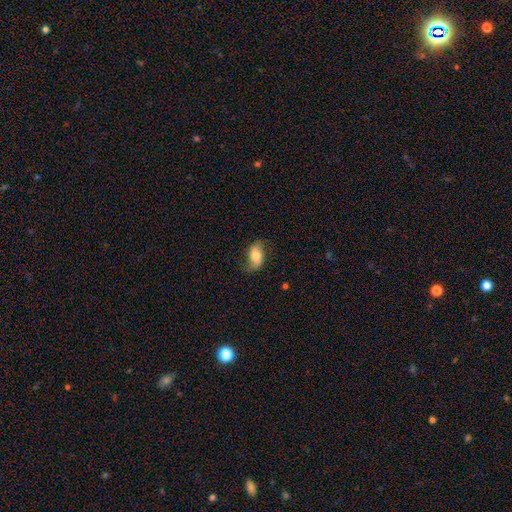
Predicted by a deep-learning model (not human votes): Q: Smooth or featured?
A: smooth (50%); runner-up: featured or disk (42%)
Q: How rounded?
A: in between (89%); runner-up: round (8%)
Q: Merging?
A: none (68%); runner-up: minor disturbance (22%)